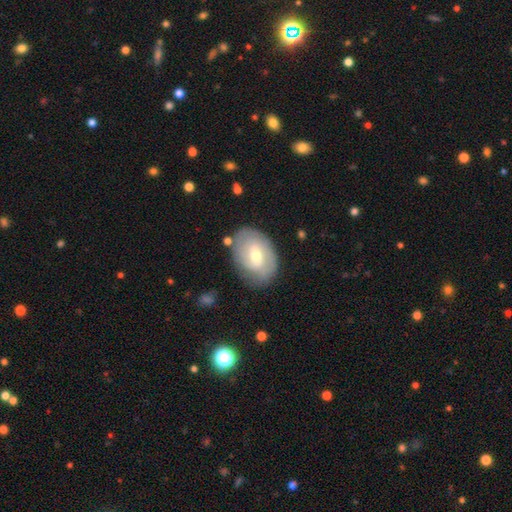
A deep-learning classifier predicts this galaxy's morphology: A featured or disk galaxy (53%). Merging: none (76%).